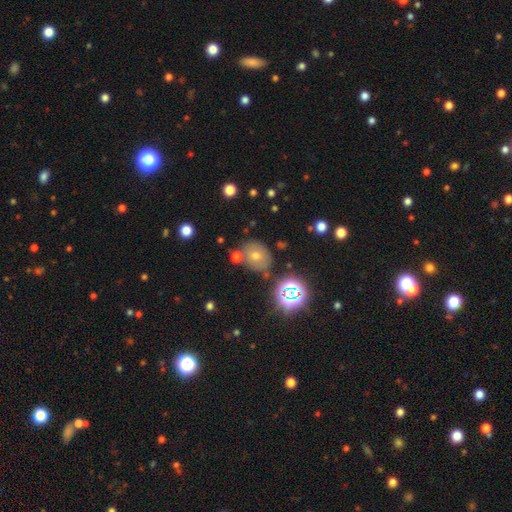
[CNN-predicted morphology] type=smooth (51%); roundness=round (68%); merging=none (72%).